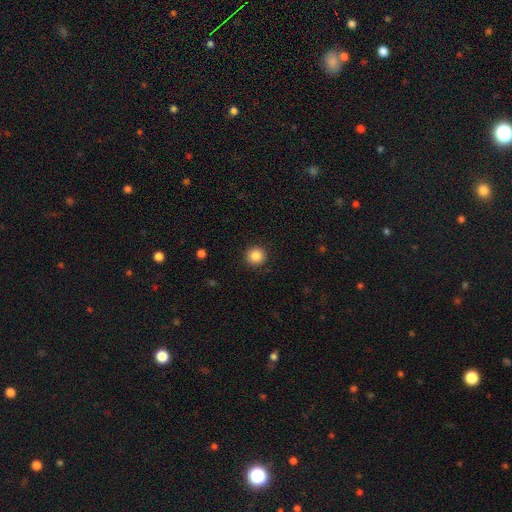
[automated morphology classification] smooth_or_featured: smooth (p=0.86) [alt: star or artifact p=0.10]
how_rounded: round (p=0.95) [alt: in between p=0.04]
merging: none (p=0.92) [alt: minor disturbance p=0.05]